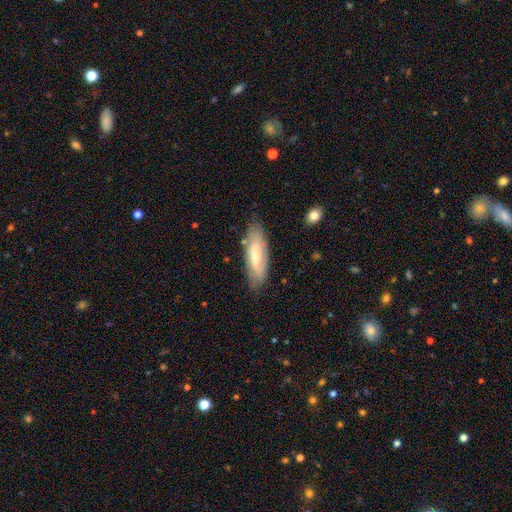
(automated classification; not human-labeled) smooth-or-featured: smooth: 58% | featured or disk: 36% | star or artifact: 6%
  how-rounded: in between: 59% | cigar-shaped: 39% | round: 2%
  merging: none: 75% | minor disturbance: 18% | major disturbance: 4% | merger: 2%